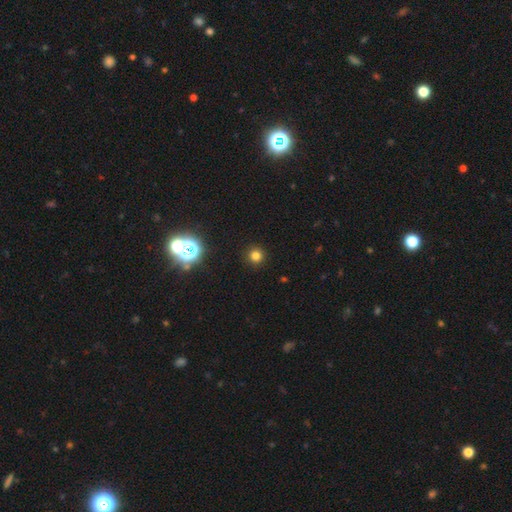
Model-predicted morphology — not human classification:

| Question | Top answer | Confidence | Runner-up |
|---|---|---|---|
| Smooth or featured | smooth | 76% | star or artifact (19%) |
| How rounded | round | 95% | in between (4%) |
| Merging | none | 92% | minor disturbance (5%) |